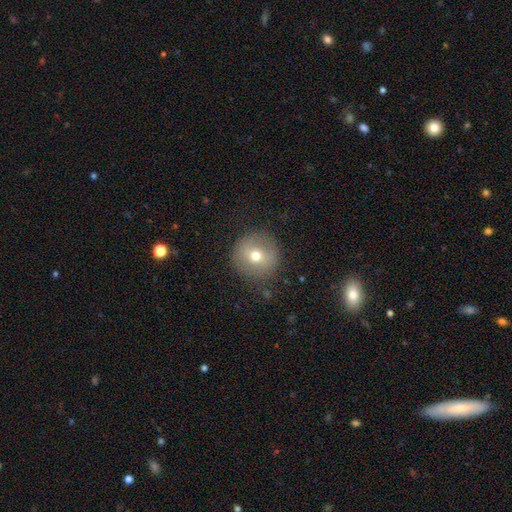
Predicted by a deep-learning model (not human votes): This appears to be a smooth galaxy with no disk features (64%) that is round (95%). Merging: none (85%).